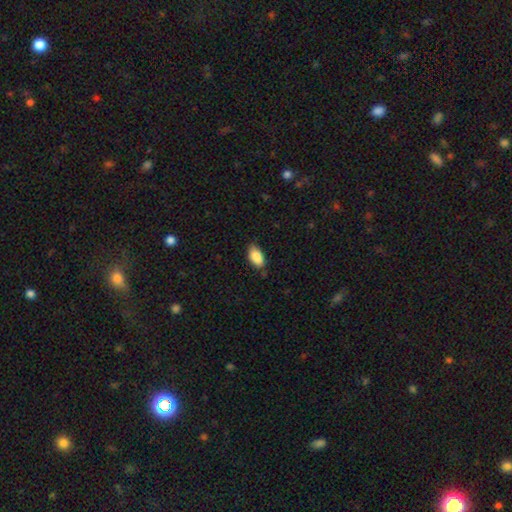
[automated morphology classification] A smooth galaxy with no disk features (87%) that is in between round and cigar-shaped (92%).

Vote fractions:
- Smooth or featured? smooth: 87% / star or artifact: 7% / featured or disk: 6%
- How rounded? in between: 92% / cigar-shaped: 4% / round: 4%
- Merging? none: 73% / minor disturbance: 22% / major disturbance: 3% / merger: 2%